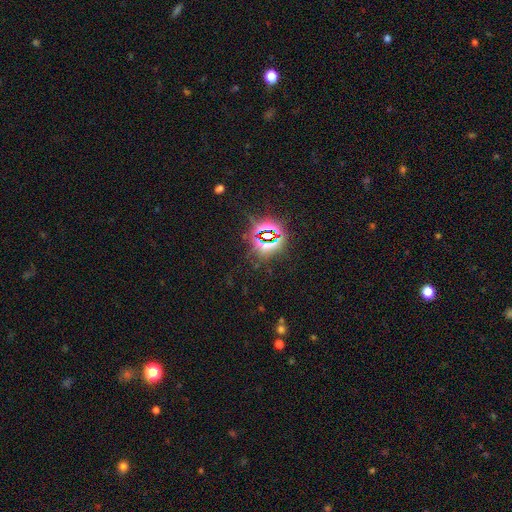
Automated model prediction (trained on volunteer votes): This appears to be a star or artifact, not a galaxy (80%).